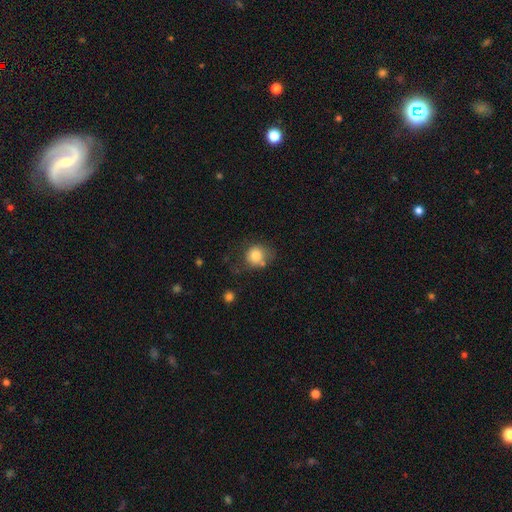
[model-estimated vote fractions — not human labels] Smooth or featured?
  - smooth: 80% *
  - featured or disk: 10%
  - star or artifact: 10%
How rounded?
  - round: 81% *
  - in between: 18%
  - cigar-shaped: 1%
Merging?
  - none: 57% *
  - minor disturbance: 23%
  - major disturbance: 10%
  - merger: 10%